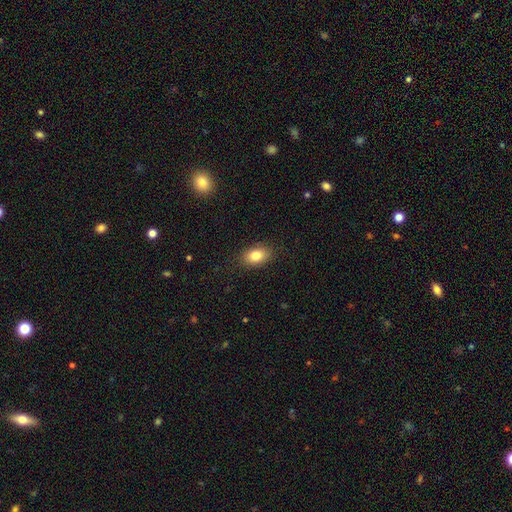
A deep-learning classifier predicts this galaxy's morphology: smooth-or-featured: smooth: 83% | featured or disk: 9% | star or artifact: 8%
  how-rounded: in between: 87% | round: 12% | cigar-shaped: 2%
  merging: none: 87% | minor disturbance: 10% | major disturbance: 3% | merger: 1%